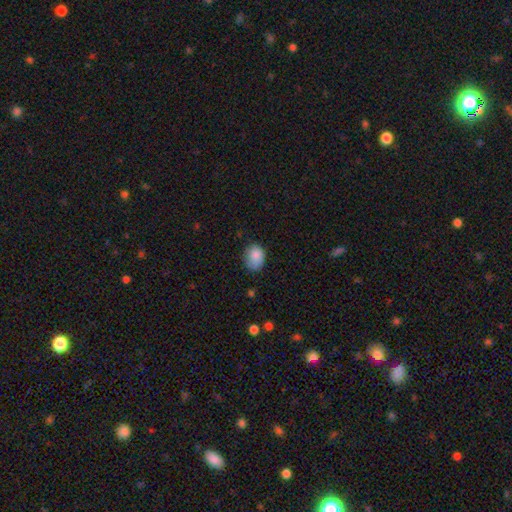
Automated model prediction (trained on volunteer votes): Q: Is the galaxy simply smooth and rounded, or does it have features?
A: smooth — 84%.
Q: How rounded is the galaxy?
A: in between — 62%.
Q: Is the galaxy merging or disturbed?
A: none — 63%.